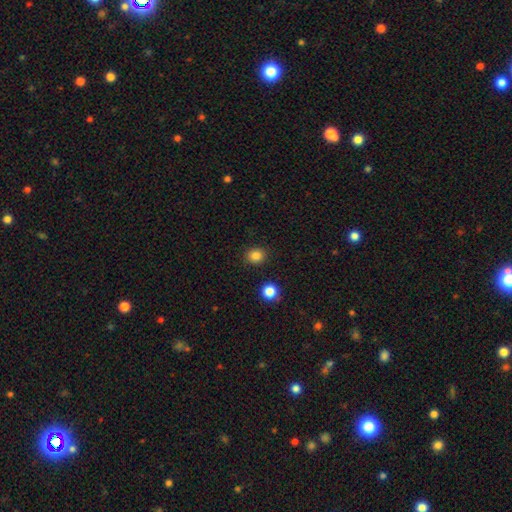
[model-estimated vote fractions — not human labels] Smooth or featured: smooth — 84% (star or artifact — 12%)
How rounded: round — 78% (in between — 21%)
Merging: none — 89% (minor disturbance — 7%)